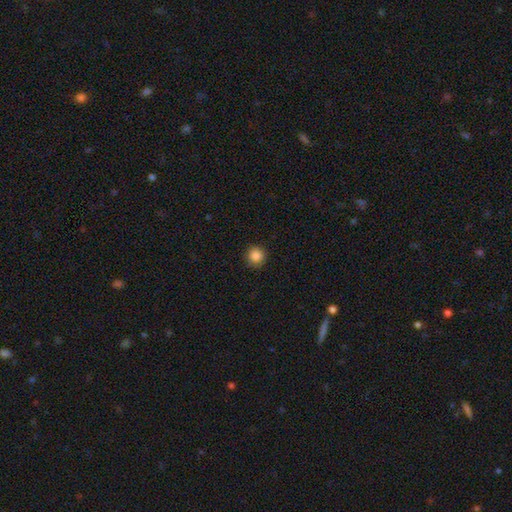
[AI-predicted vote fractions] The model was most divided on "smooth or featured": smooth: 86%, star or artifact: 10%, featured or disk: 3%. More confident: how rounded — round (94%); merging — none (89%).